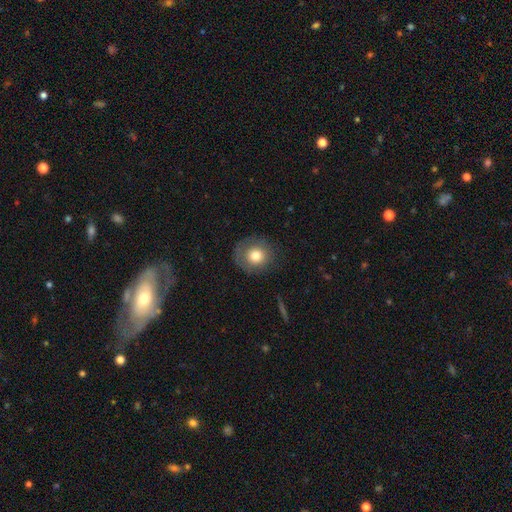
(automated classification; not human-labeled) This appears to be a smooth galaxy with no disk features (74%) that is round (89%). Merging: none (78%).